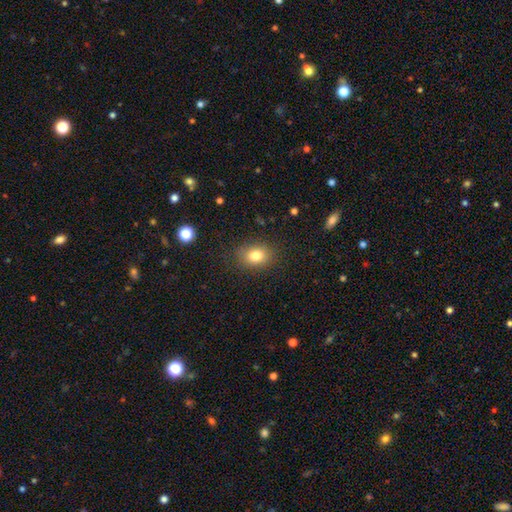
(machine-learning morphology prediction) Smooth or featured? smooth (81%)
How rounded? in between (66%)
Merging? none (85%)